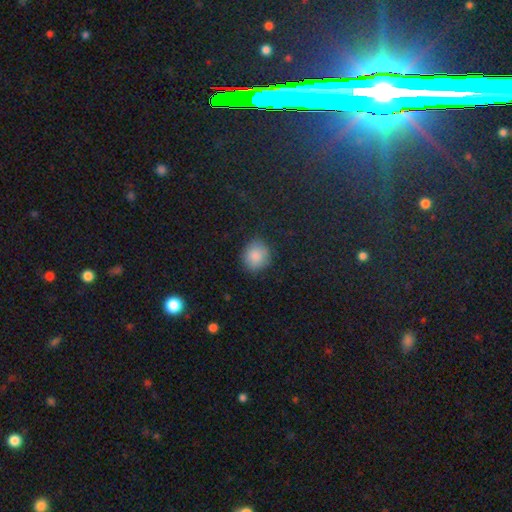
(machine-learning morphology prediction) smooth-or-featured: smooth: 84% | star or artifact: 9% | featured or disk: 6%
  how-rounded: round: 79% | in between: 20% | cigar-shaped: 1%
  merging: none: 82% | minor disturbance: 13% | major disturbance: 4% | merger: 1%